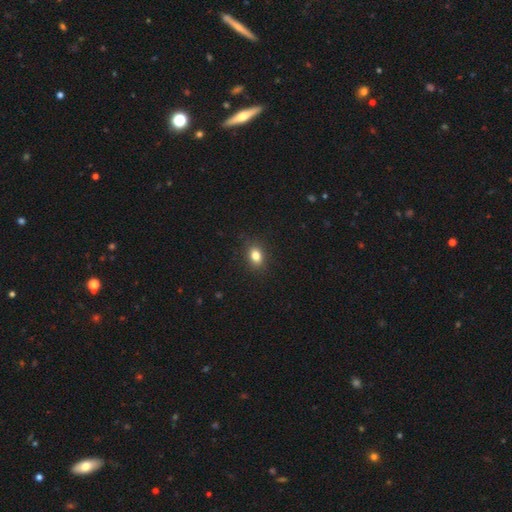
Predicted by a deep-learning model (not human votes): smooth 83%, star or artifact 11%, featured or disk 7%. Down the decision tree: how rounded — in between (68%); merging — none (87%).